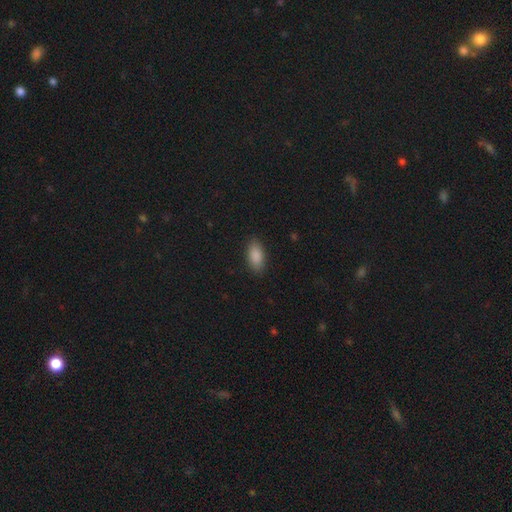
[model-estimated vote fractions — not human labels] A smooth galaxy with no disk features (89%) that is in between round and cigar-shaped (91%).

Vote fractions:
- Smooth or featured? smooth: 89% / star or artifact: 7% / featured or disk: 4%
- How rounded? in between: 91% / cigar-shaped: 6% / round: 3%
- Merging? none: 88% / minor disturbance: 9% / major disturbance: 2% / merger: 1%